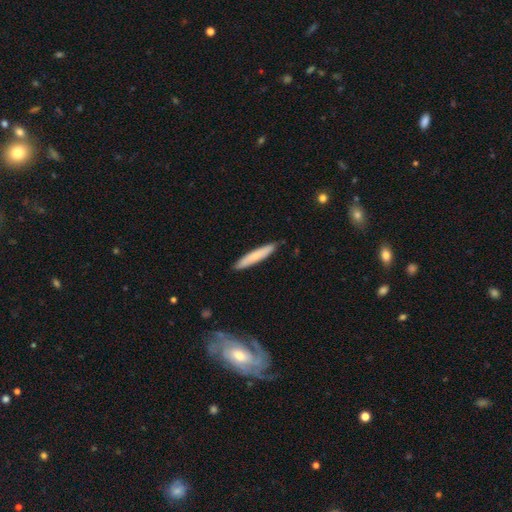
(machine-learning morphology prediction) type=smooth (73%); roundness=cigar-shaped (92%); merging=none (89%).